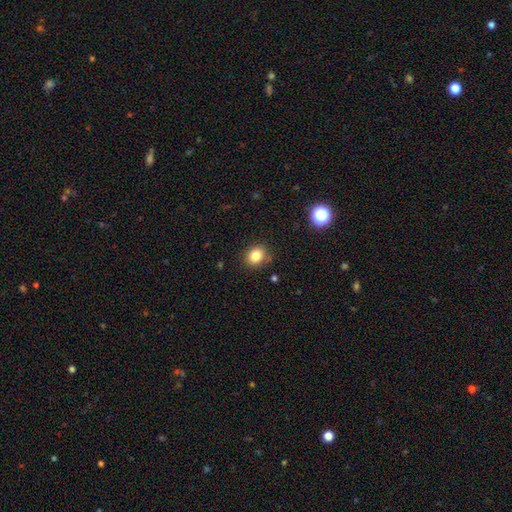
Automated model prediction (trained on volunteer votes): The model was most divided on "how rounded": round: 60%, in between: 40%, cigar-shaped: 1%. More confident: smooth or featured — smooth (84%); merging — none (83%).